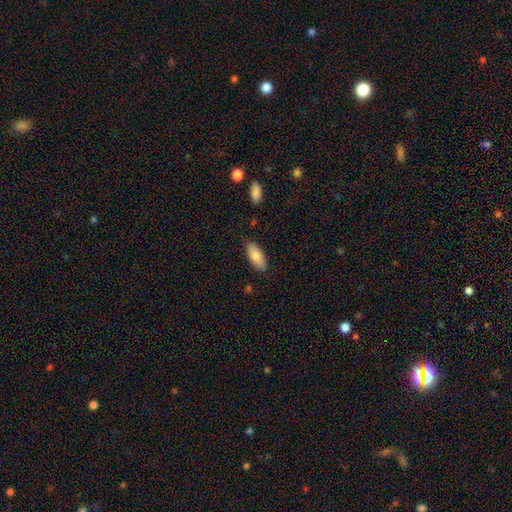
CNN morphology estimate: Overall: smooth (82%). How rounded: in between (85%). Merging: none (83%).